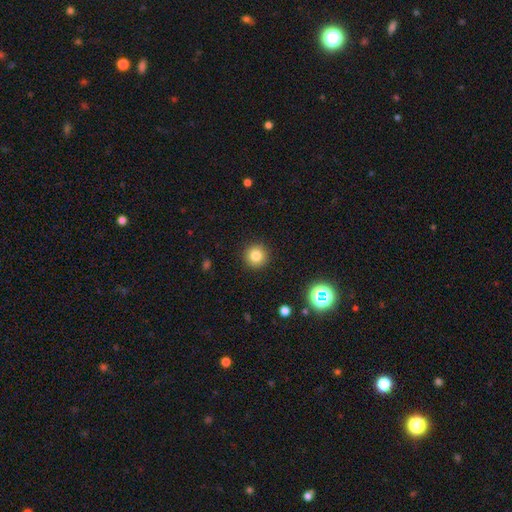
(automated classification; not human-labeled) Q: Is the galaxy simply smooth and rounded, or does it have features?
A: smooth — 81%.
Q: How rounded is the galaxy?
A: round — 95%.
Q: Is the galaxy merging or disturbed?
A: none — 92%.